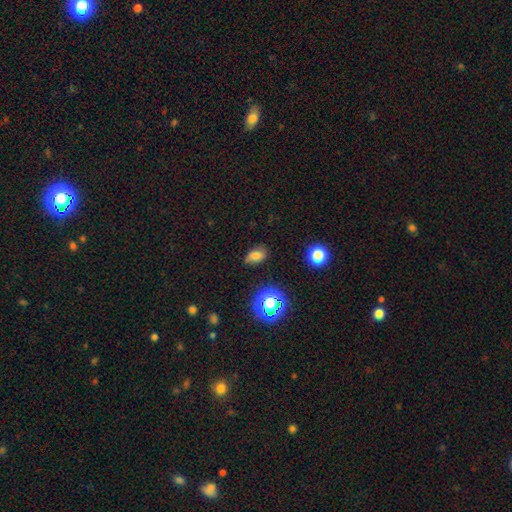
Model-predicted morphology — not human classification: The model was most divided on "smooth or featured": smooth: 73%, star or artifact: 18%, featured or disk: 9%. More confident: how rounded — in between (83%); merging — none (77%).